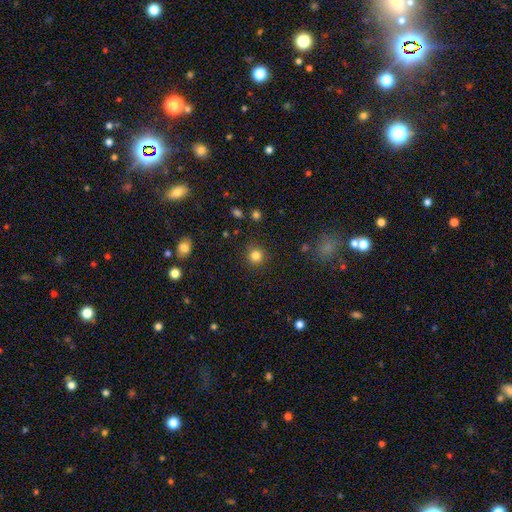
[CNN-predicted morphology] type=smooth (82%); roundness=round (92%); merging=none (89%).